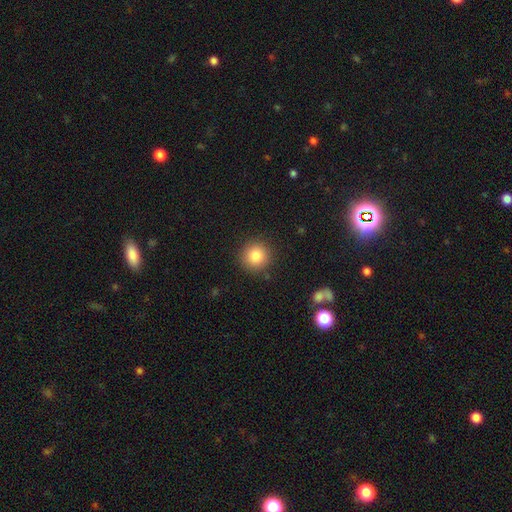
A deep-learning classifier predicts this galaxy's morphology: Smooth or featured? smooth (83%)
How rounded? round (94%)
Merging? none (89%)